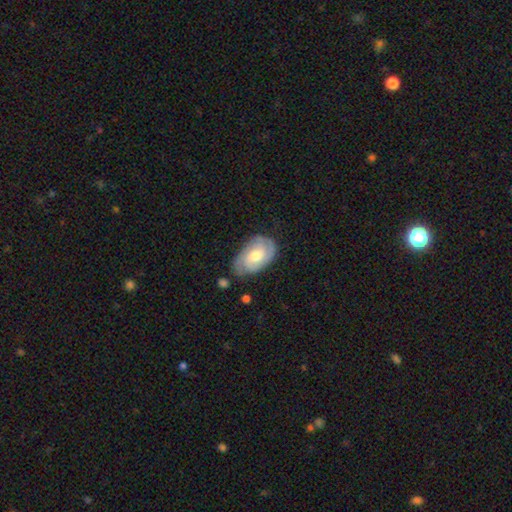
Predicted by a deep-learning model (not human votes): Smooth or featured?
  - featured or disk: 66% *
  - smooth: 28%
  - star or artifact: 5%
Edge-on disk?
  - no: 96% *
  - yes: 4%
Bar?
  - no: 63% *
  - weak: 32%
  - strong: 5%
Spiral arms?
  - yes: 90% *
  - no: 10%
Spiral winding?
  - tight: 55% *
  - medium: 34%
  - loose: 11%
Spiral arm count?
  - 2: 36% *
  - can't tell: 27%
  - 3: 25%
  - 4: 5%
  - 1: 4%
  - more than 4: 3%
Bulge size?
  - moderate: 71% *
  - small: 20%
  - large: 7%
  - none: 1%
  - dominant: 1%
Merging?
  - none: 69% *
  - minor disturbance: 23%
  - major disturbance: 6%
  - merger: 2%